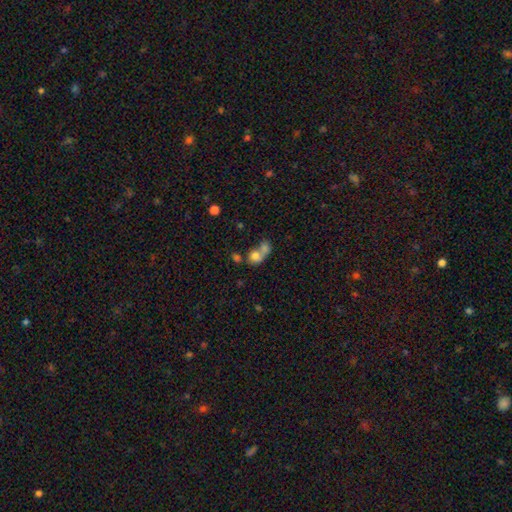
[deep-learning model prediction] Smooth or featured? smooth (73%)
How rounded? round (60%)
Merging? merger (66%)